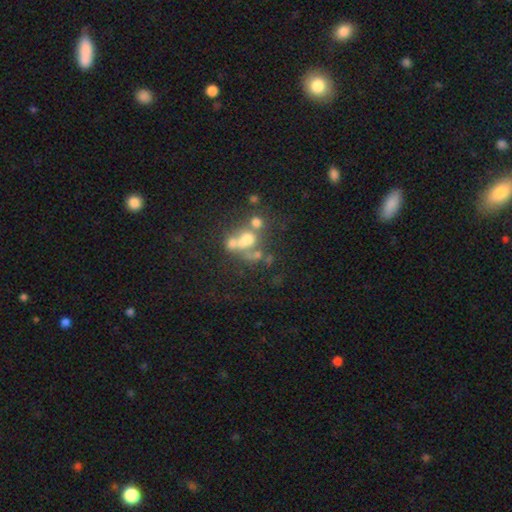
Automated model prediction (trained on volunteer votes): A featured or disk galaxy (39%). Merging: merger (46%).